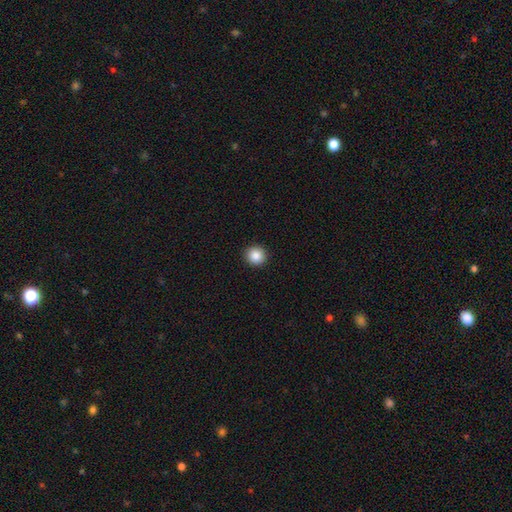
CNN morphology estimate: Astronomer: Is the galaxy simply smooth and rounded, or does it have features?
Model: smooth — 87%.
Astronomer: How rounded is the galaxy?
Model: round — 93%.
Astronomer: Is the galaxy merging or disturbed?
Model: none — 93%.